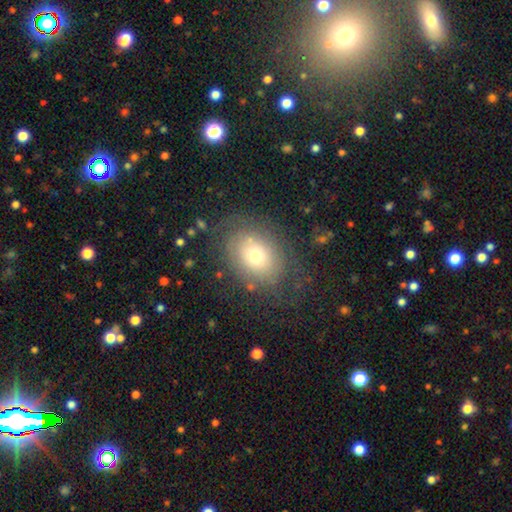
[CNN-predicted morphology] type=smooth (58%); roundness=in between (61%); merging=none (69%).